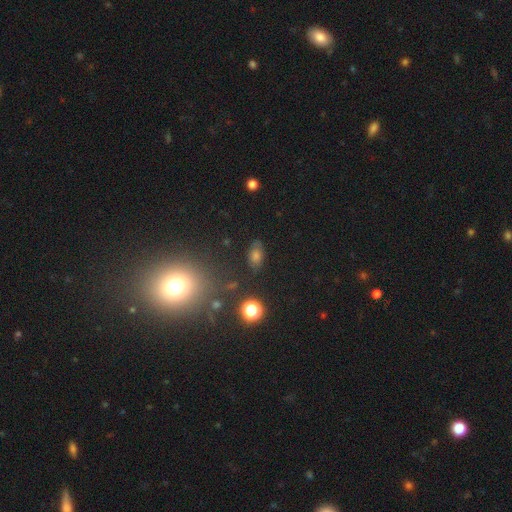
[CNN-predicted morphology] Overall: smooth (62%; star or artifact 25%). How rounded: in between (79%). Merging: none (79%).